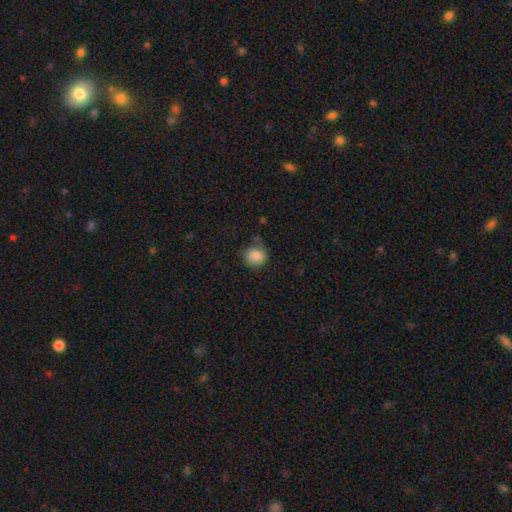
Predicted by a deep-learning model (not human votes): A smooth galaxy with no disk features (86%) that is round (79%).

Vote fractions:
- Smooth or featured? smooth: 86% / star or artifact: 9% / featured or disk: 5%
- How rounded? round: 79% / in between: 21% / cigar-shaped: 1%
- Merging? none: 68% / minor disturbance: 23% / major disturbance: 6% / merger: 3%